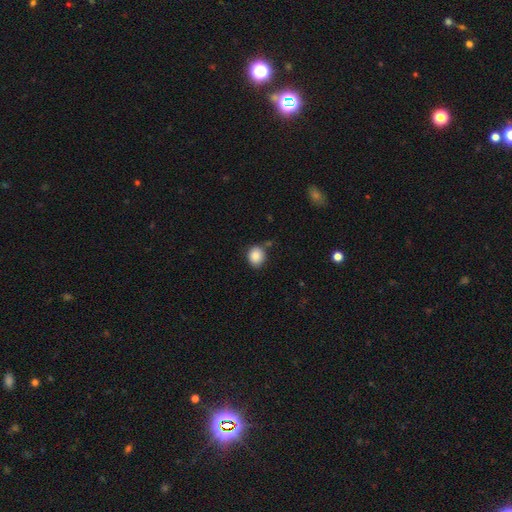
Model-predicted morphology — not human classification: smooth_or_featured: smooth (p=0.86) [alt: star or artifact p=0.09]
how_rounded: round (p=0.68) [alt: in between p=0.32]
merging: none (p=0.75) [alt: minor disturbance p=0.16]